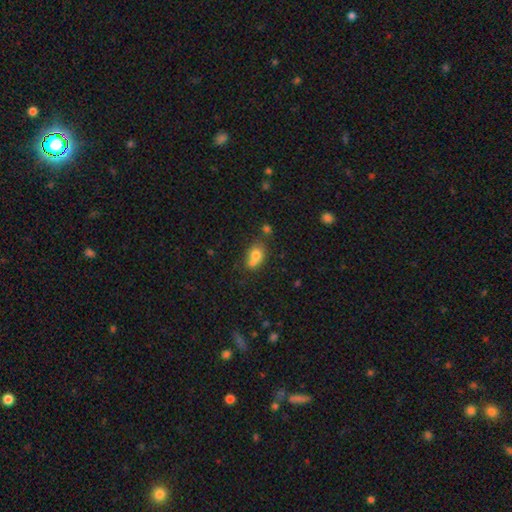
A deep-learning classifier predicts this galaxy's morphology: Smooth or featured?
  - smooth: 75% *
  - featured or disk: 14%
  - star or artifact: 11%
How rounded?
  - in between: 63% *
  - round: 35%
  - cigar-shaped: 2%
Merging?
  - none: 40% *
  - merger: 35%
  - minor disturbance: 18%
  - major disturbance: 7%